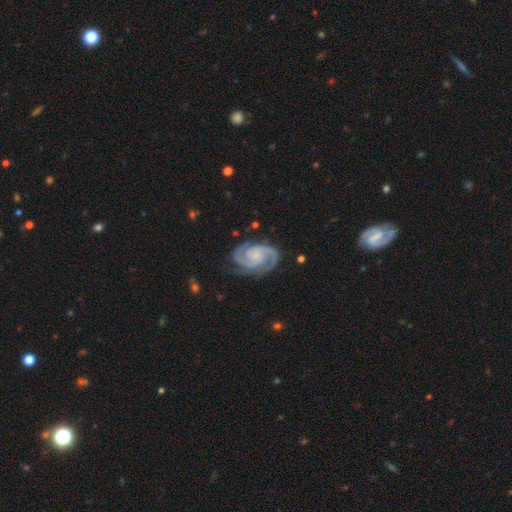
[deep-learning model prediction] smooth-or-featured: featured or disk: 93% | star or artifact: 4% | smooth: 3%
  disk-edge-on: no: 98% | yes: 2%
    bar: no: 62% | weak: 28% | strong: 10%
    has-spiral-arms: yes: 99% | no: 1%
      spiral-winding: tight: 55% | medium: 40% | loose: 5%
      spiral-arm-count: 2: 88% | 3: 6% | can't tell: 2% | 1: 1% | 4: 1% | more than 4: 1%
    bulge-size: small: 48% | none: 34% | moderate: 14% | large: 3% | dominant: 1%
  merging: none: 80% | minor disturbance: 14% | major disturbance: 5% | merger: 1%